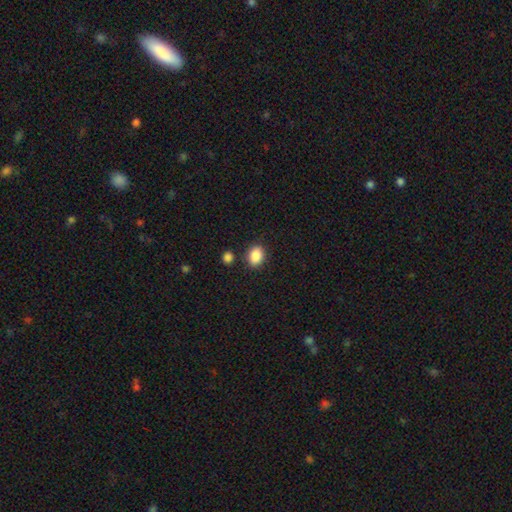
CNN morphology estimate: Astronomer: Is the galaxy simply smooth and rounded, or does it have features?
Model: smooth — 88%.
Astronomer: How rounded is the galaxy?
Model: in between — 68%.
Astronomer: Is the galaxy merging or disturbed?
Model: none — 82%.